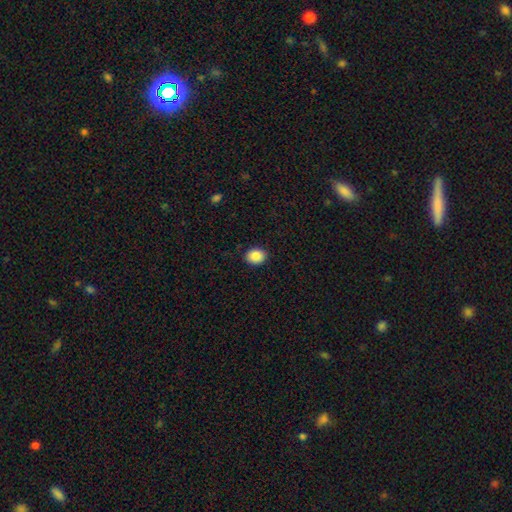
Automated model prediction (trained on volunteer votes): smooth 87%, star or artifact 8%, featured or disk 5%. Down the decision tree: how rounded — round (54%); merging — none (90%).